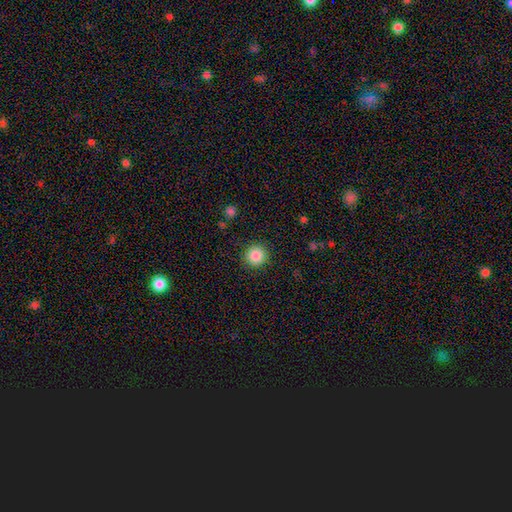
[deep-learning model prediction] The model was most divided on "smooth or featured": smooth: 86%, star or artifact: 10%, featured or disk: 4%. More confident: how rounded — round (94%); merging — none (90%).